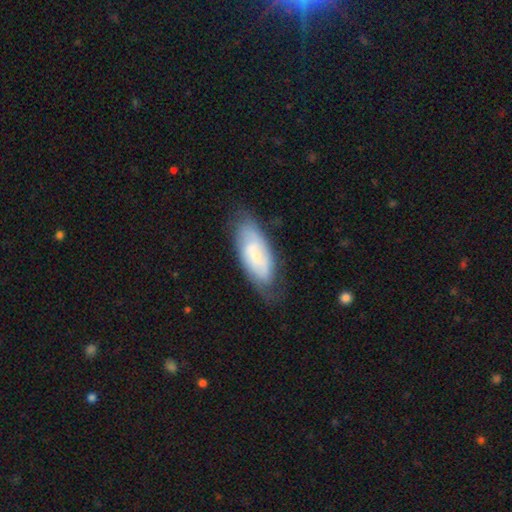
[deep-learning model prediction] Smooth or featured? Predicted: featured or disk (p=0.54). Edge-on disk? Predicted: no (p=0.89). Merging? Predicted: none (p=0.67).